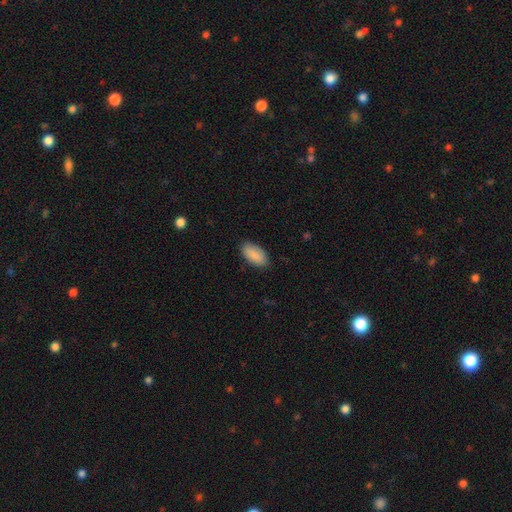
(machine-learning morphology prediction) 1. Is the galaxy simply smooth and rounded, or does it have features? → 89% smooth, 6% star or artifact, 5% featured or disk.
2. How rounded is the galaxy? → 94% in between, 4% cigar-shaped, 2% round.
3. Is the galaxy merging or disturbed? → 85% none, 12% minor disturbance, 2% major disturbance, 1% merger.